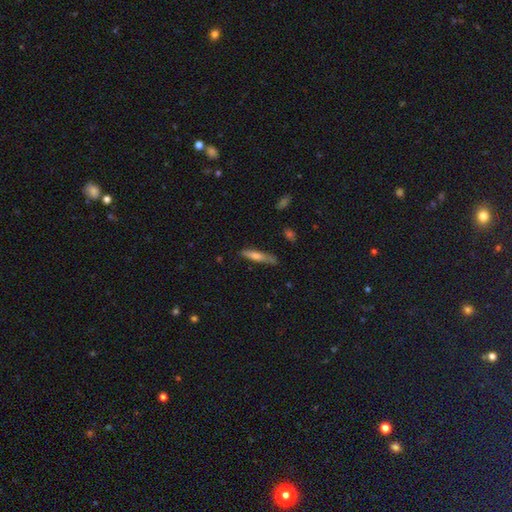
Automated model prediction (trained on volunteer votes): smooth_or_featured: smooth (p=0.64) [alt: featured or disk p=0.29]
how_rounded: cigar-shaped (p=0.87) [alt: in between p=0.11]
merging: none (p=0.75) [alt: minor disturbance p=0.19]